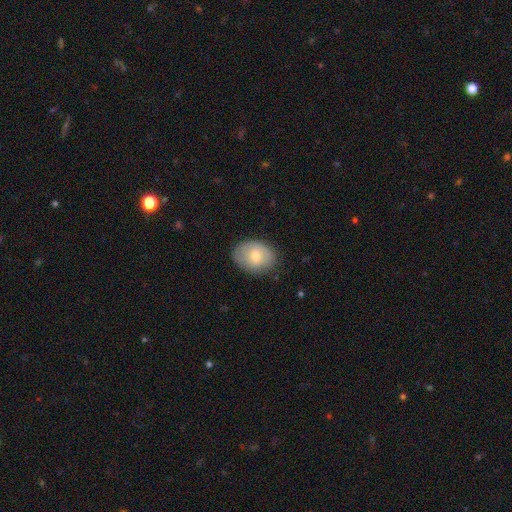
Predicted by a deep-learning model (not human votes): Morphology: type=smooth (70%); roundness=in between (67%); merging=none (80%).